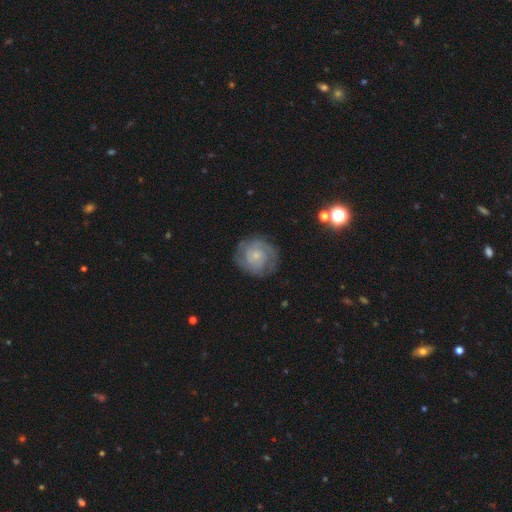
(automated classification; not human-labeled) A featured or disk galaxy (58%) with no bar (82%), spiral arms (80%) and a small central bulge (74%).

Vote fractions:
- Smooth or featured? featured or disk: 58% / smooth: 34% / star or artifact: 7%
- Edge-on disk? no: 98% / yes: 2%
- Bar? no: 82% / weak: 16% / strong: 2%
- Spiral arms? yes: 80% / no: 20%
- Bulge size? small: 74% / moderate: 17% / none: 5% / large: 2% / dominant: 1%
- Merging? none: 76% / minor disturbance: 16% / major disturbance: 7% / merger: 1%